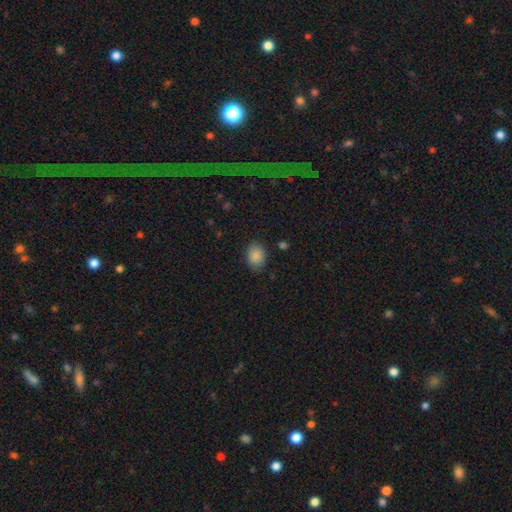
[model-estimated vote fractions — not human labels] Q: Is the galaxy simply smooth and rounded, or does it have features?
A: smooth — 88%.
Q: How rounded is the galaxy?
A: in between — 68%.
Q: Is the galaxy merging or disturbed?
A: none — 82%.